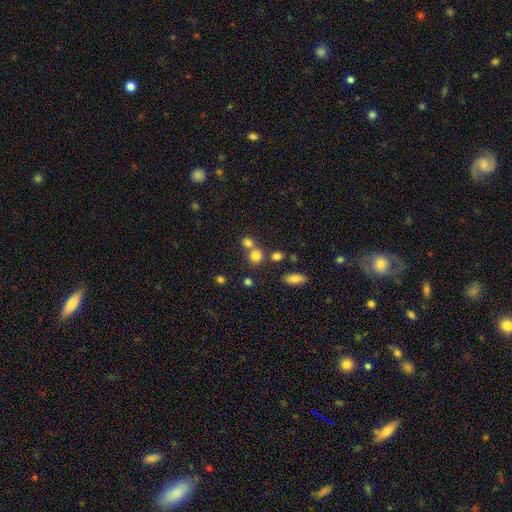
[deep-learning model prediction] A smooth galaxy with no disk features (76%) that is round (84%).

Vote fractions:
- Smooth or featured? smooth: 76% / star or artifact: 14% / featured or disk: 9%
- How rounded? round: 84% / in between: 15% / cigar-shaped: 1%
- Merging? none: 52% / merger: 38% / minor disturbance: 7% / major disturbance: 3%